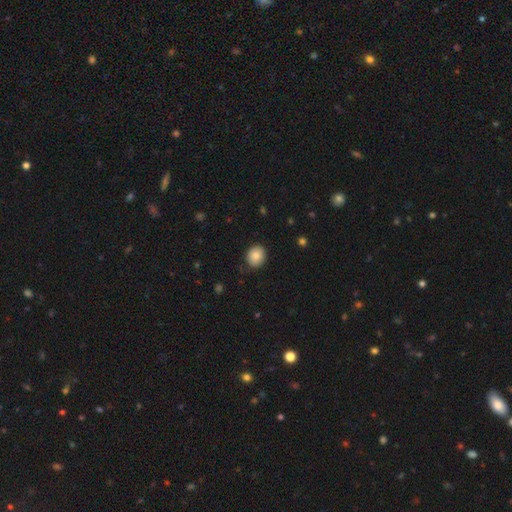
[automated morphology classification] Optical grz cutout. It shows a smooth galaxy with no disk features (85%) that is round (62%). Merging: none (85%).